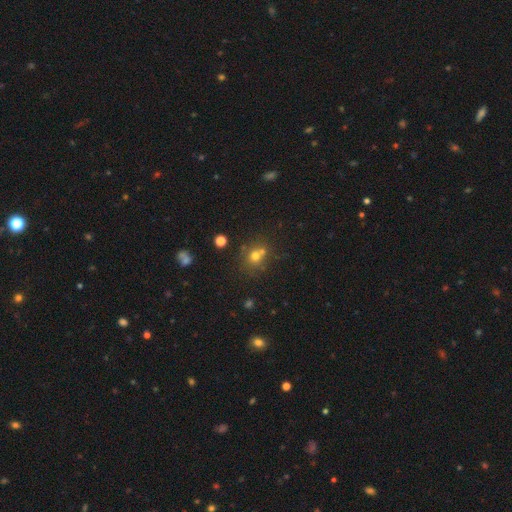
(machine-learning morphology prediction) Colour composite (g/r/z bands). It shows a smooth galaxy with no disk features (66%) that is round (81%). Merging: none (55%).